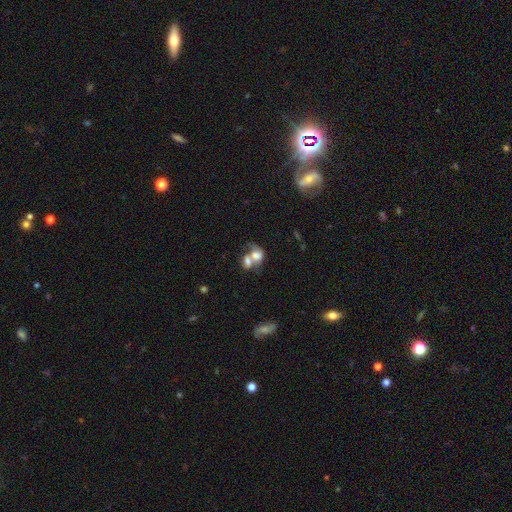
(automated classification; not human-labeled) smooth_or_featured: smooth (p=0.59) [alt: featured or disk p=0.31]
how_rounded: in between (p=0.63) [alt: round p=0.35]
merging: merger (p=0.74) [alt: none p=0.12]